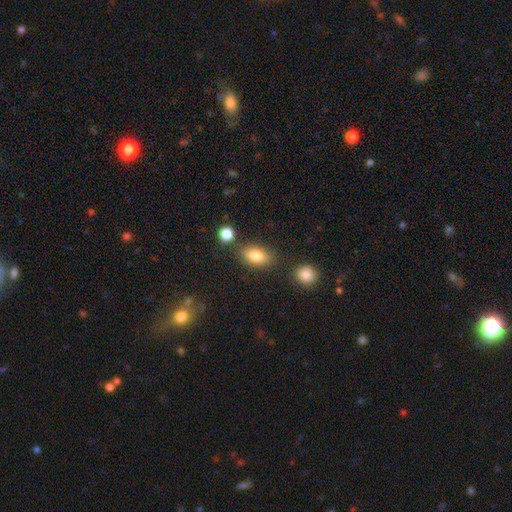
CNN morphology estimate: This appears to be a smooth galaxy with no disk features (82%) that is in between round and cigar-shaped (85%). Merging: none (76%).